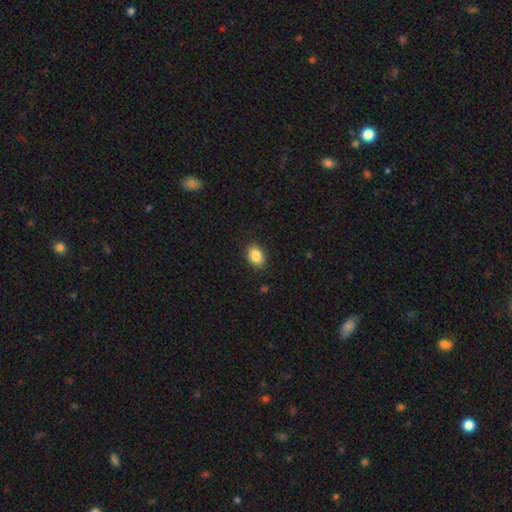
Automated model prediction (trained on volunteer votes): Morphology: type=smooth (87%); roundness=in between (75%); merging=none (88%).